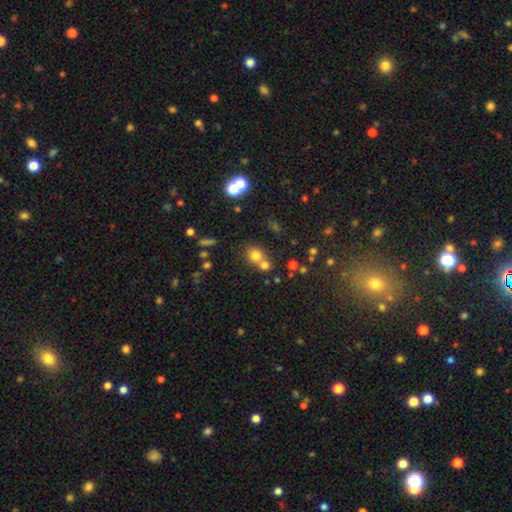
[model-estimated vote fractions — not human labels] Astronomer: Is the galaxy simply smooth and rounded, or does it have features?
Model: smooth — 73%.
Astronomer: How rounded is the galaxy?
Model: round — 80%.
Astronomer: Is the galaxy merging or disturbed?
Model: merger — 45% (runner-up: none, 44%).